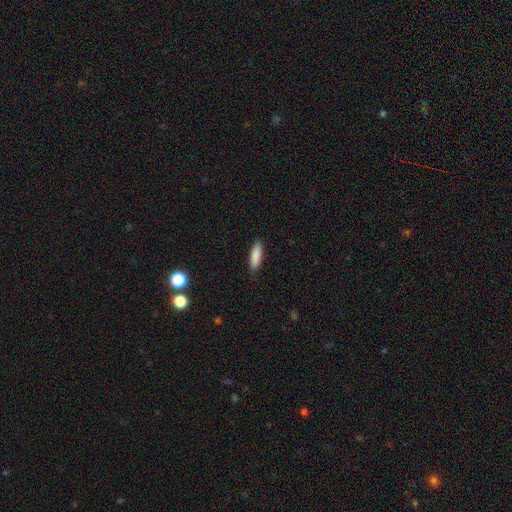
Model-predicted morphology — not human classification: The model was most divided on "how rounded": cigar-shaped: 50%, in between: 48%, round: 2%. More confident: merging — none (89%); smooth or featured — smooth (88%).